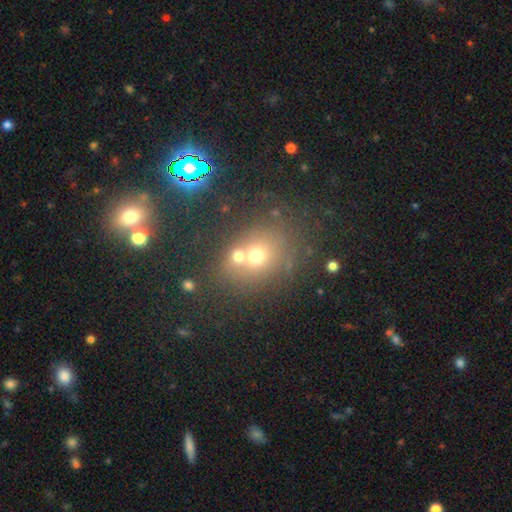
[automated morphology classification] Overall: smooth (59%; star or artifact 23%). How rounded: round (69%; in between 30%). Merging: none (44%; merger 42%).